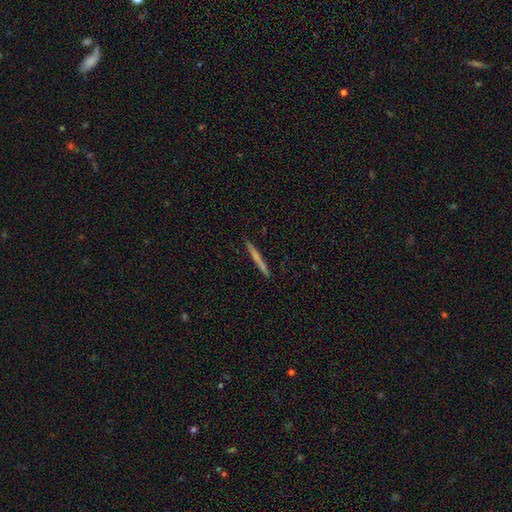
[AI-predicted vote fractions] smooth 54%, featured or disk 40%, star or artifact 6%. Down the decision tree: how rounded — cigar-shaped (96%); merging — none (92%).